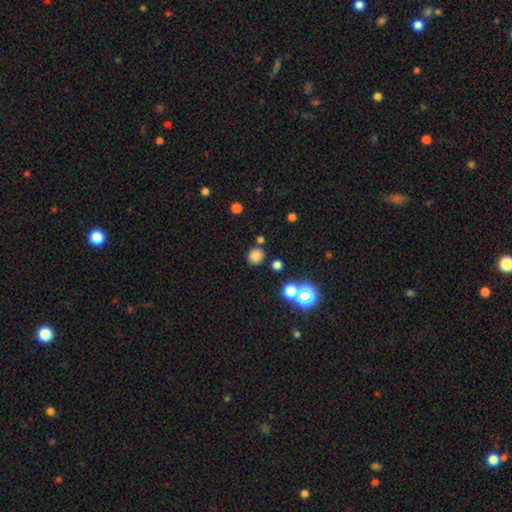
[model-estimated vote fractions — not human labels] This is likely a smooth galaxy (78%). How rounded: clearly round (88%). Merging: clearly none (81%).